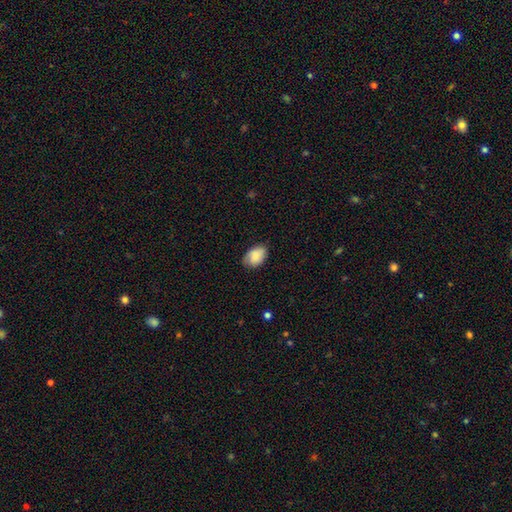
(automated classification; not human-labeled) The model was most divided on "merging": none: 77%, minor disturbance: 19%, major disturbance: 3%, merger: 1%. More confident: how rounded — in between (86%); smooth or featured — smooth (85%).